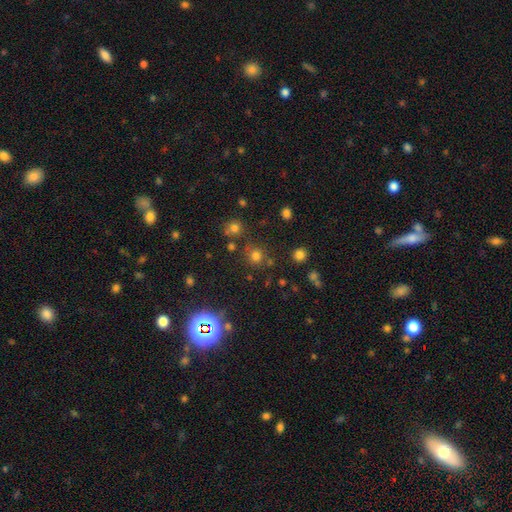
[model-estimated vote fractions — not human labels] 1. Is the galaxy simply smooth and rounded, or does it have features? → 71% smooth, 23% star or artifact, 7% featured or disk.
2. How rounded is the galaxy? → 90% round, 9% in between, 1% cigar-shaped.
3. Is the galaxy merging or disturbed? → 76% none, 10% minor disturbance, 9% merger, 4% major disturbance.